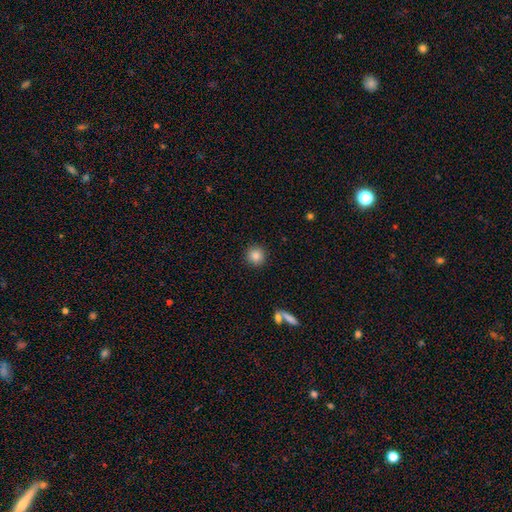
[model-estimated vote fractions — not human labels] Morphology: type=smooth (85%); roundness=round (94%); merging=none (92%).